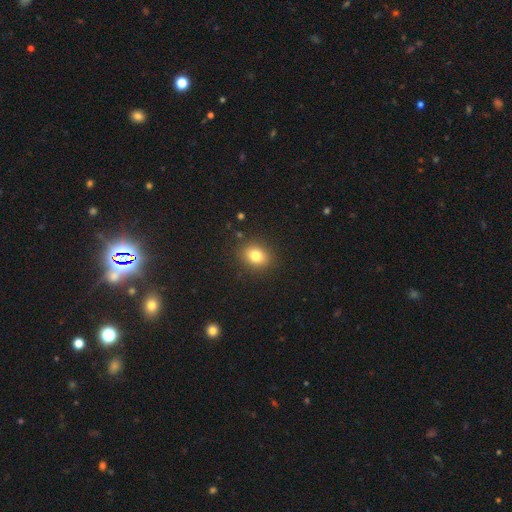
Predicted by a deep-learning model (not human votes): Smooth or featured: smooth — 80% (star or artifact — 12%)
How rounded: round — 54% (in between — 45%)
Merging: none — 88% (minor disturbance — 8%)